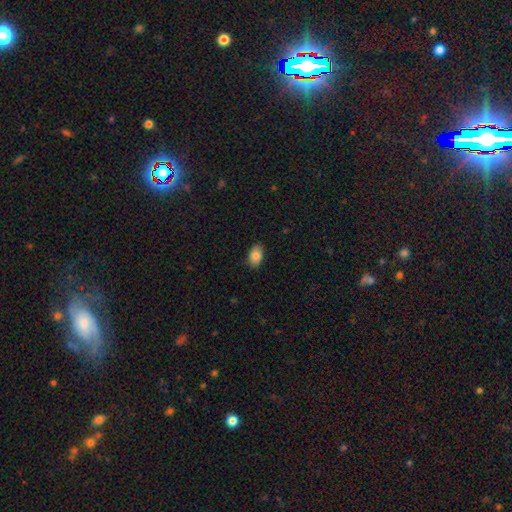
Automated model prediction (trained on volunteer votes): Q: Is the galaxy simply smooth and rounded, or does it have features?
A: smooth — 83%.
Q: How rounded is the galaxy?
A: in between — 89%.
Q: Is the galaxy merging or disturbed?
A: none — 86%.